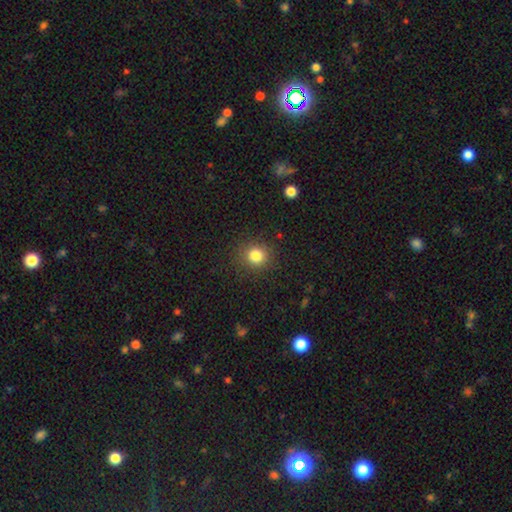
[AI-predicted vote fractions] This is clearly a smooth galaxy (82%). How rounded: clearly round (88%). Merging: clearly none (88%).